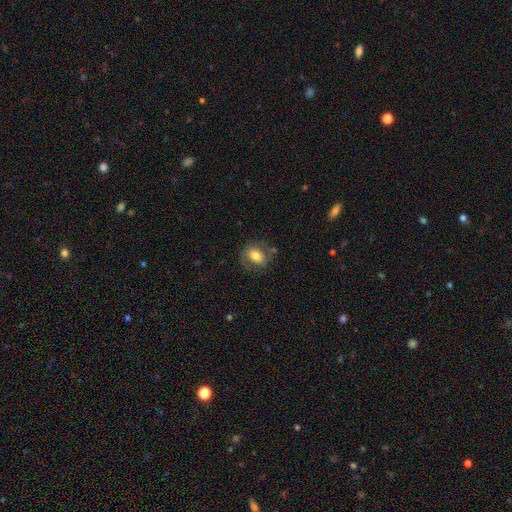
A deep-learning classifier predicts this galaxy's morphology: The model was most divided on "how rounded": in between: 60%, round: 39%, cigar-shaped: 1%. More confident: merging — none (65%); smooth or featured — smooth (58%).